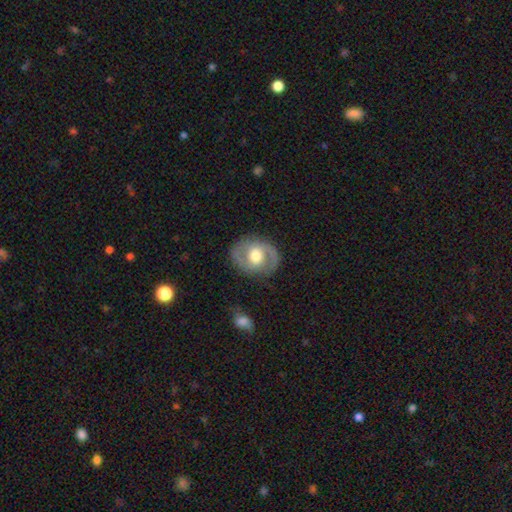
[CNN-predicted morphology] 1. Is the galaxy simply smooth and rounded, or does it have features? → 72% featured or disk, 23% smooth, 5% star or artifact.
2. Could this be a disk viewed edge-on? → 97% no, 3% yes.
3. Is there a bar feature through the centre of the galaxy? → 48% no, 39% weak, 13% strong.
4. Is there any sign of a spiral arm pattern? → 79% yes, 21% no.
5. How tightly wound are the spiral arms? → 52% medium, 27% tight, 21% loose.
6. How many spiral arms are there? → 88% 2, 6% can't tell, 3% 1, 1% 3, 1% 4, 1% more than 4.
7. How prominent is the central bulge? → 67% moderate, 23% large, 7% small, 1% dominant, 1% none.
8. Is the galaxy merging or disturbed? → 83% none, 12% minor disturbance, 4% major disturbance, 1% merger.